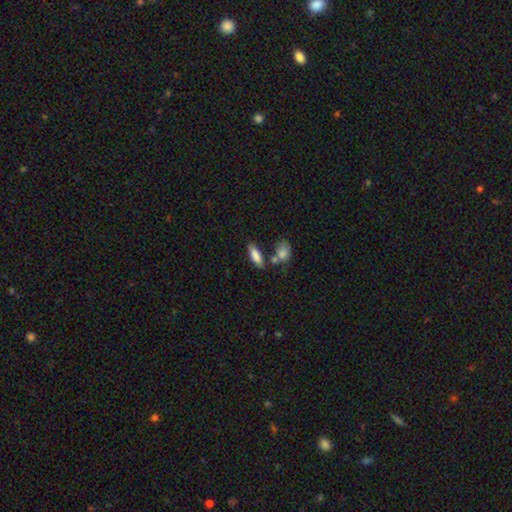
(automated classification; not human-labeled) Smooth or featured? smooth (84%)
How rounded? in between (68%)
Merging? none (61%)